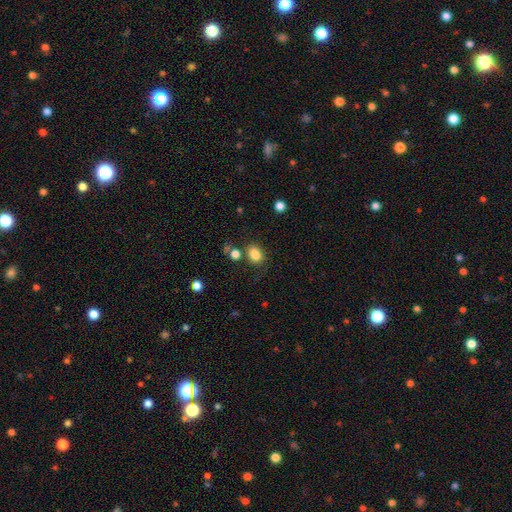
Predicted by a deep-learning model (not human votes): The model was most divided on "how rounded": in between: 57%, round: 42%, cigar-shaped: 1%. More confident: smooth or featured — smooth (84%); merging — none (73%).